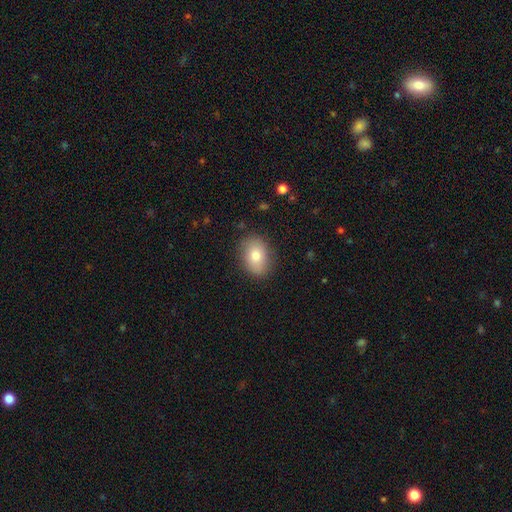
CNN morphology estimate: smooth_or_featured: smooth (p=0.79) [alt: featured or disk p=0.14]
how_rounded: in between (p=0.77) [alt: round p=0.22]
merging: none (p=0.85) [alt: minor disturbance p=0.11]